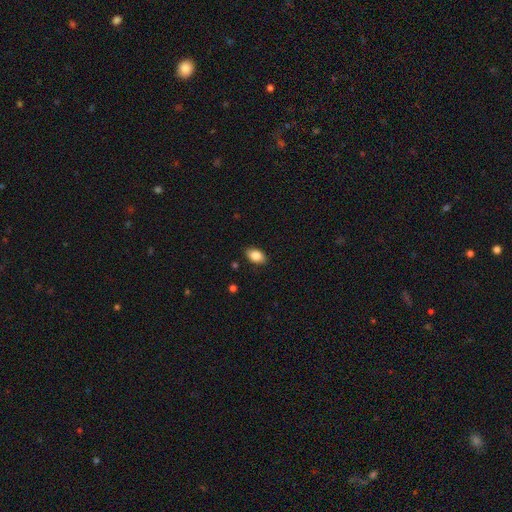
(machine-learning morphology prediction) smooth_or_featured: smooth (p=0.86) [alt: star or artifact p=0.07]
how_rounded: in between (p=0.90) [alt: round p=0.09]
merging: none (p=0.87) [alt: minor disturbance p=0.10]